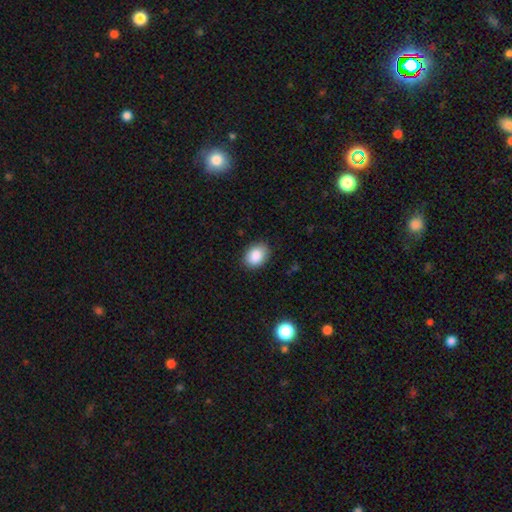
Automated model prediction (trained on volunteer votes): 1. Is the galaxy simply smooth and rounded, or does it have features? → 88% smooth, 8% star or artifact, 5% featured or disk.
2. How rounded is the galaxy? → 70% in between, 29% round, 1% cigar-shaped.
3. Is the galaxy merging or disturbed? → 86% none, 11% minor disturbance, 2% major disturbance, 1% merger.